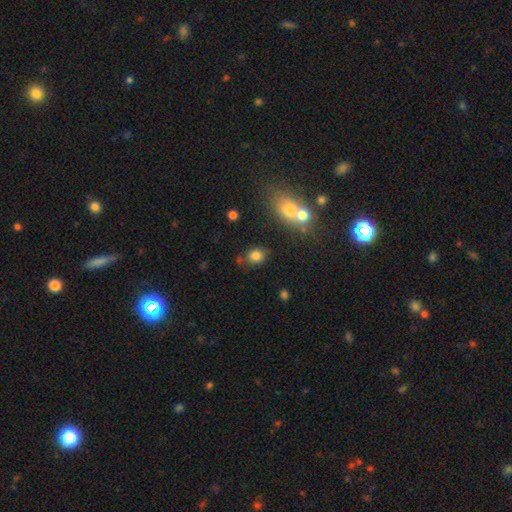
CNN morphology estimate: Smooth or featured?
  - smooth: 80% *
  - star or artifact: 13%
  - featured or disk: 7%
How rounded?
  - round: 50% *
  - in between: 48%
  - cigar-shaped: 1%
Merging?
  - none: 70% *
  - minor disturbance: 14%
  - merger: 11%
  - major disturbance: 5%